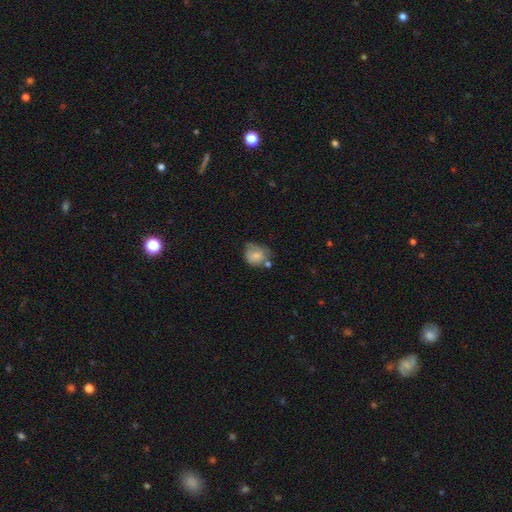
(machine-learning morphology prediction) This is likely a smooth galaxy (70%). How rounded: possibly round (56%). Merging: marginally none (36%).